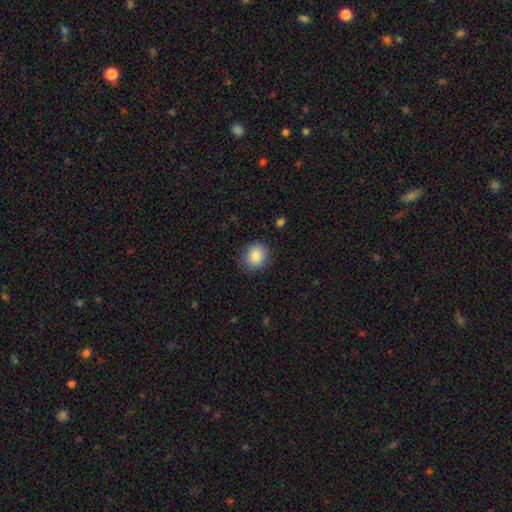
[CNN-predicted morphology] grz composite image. It shows a smooth galaxy with no disk features (86%) that is round (69%). Merging: none (86%).